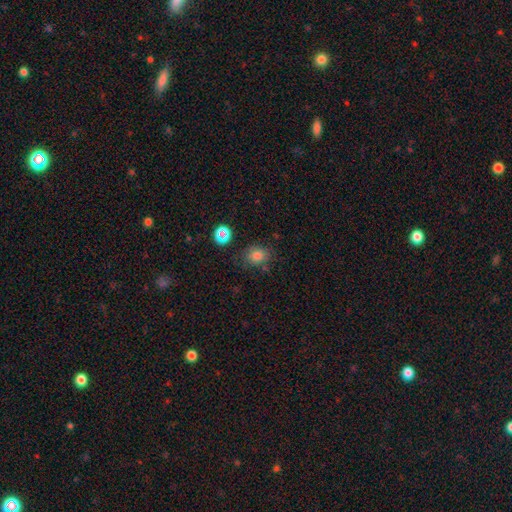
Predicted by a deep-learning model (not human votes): Q: Smooth or featured?
A: smooth (73%); runner-up: star or artifact (19%)
Q: How rounded?
A: round (62%); runner-up: in between (37%)
Q: Merging?
A: none (78%); runner-up: minor disturbance (14%)